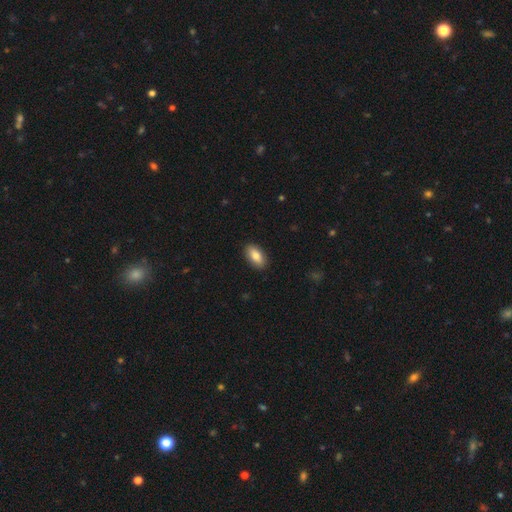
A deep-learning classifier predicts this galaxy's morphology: smooth-or-featured: smooth: 83% | featured or disk: 10% | star or artifact: 6%
  how-rounded: in between: 92% | cigar-shaped: 5% | round: 3%
  merging: none: 89% | minor disturbance: 8% | major disturbance: 2% | merger: 1%